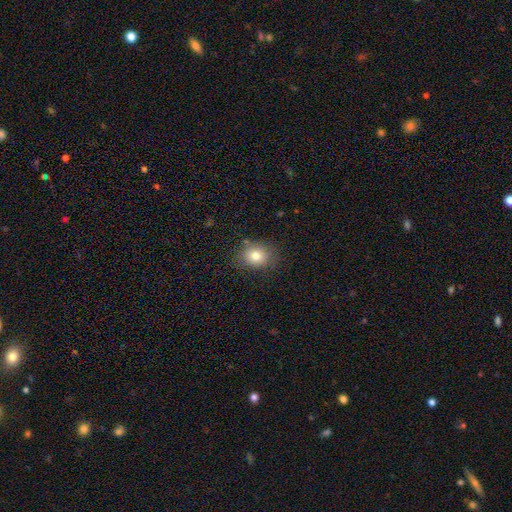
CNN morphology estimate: A smooth galaxy with no disk features (78%) that is round (60%).

Vote fractions:
- Smooth or featured? smooth: 78% / star or artifact: 12% / featured or disk: 11%
- How rounded? round: 60% / in between: 39% / cigar-shaped: 1%
- Merging? none: 77% / minor disturbance: 16% / major disturbance: 5% / merger: 2%